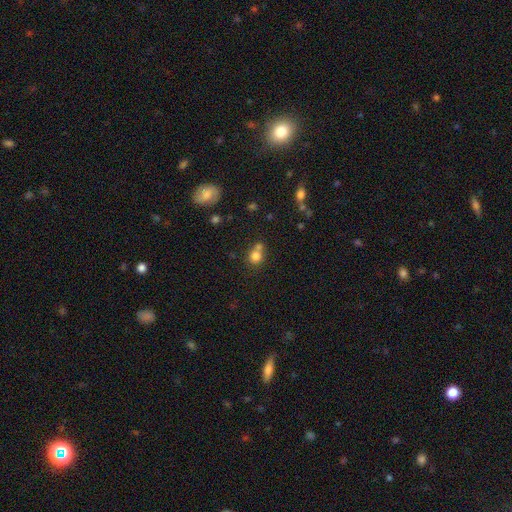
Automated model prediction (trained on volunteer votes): Q: Smooth or featured?
A: smooth (79%); runner-up: star or artifact (12%)
Q: How rounded?
A: round (82%); runner-up: in between (17%)
Q: Merging?
A: none (48%); runner-up: merger (39%)